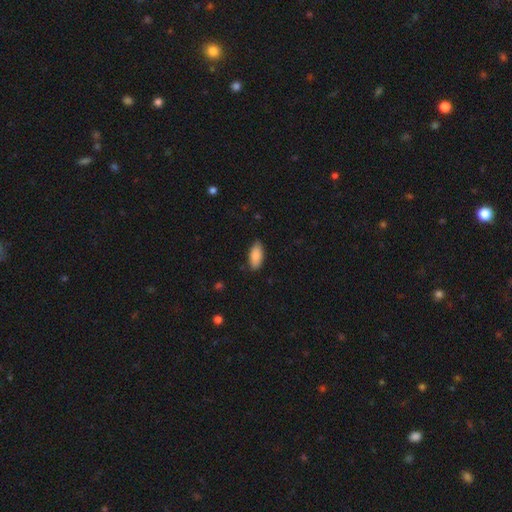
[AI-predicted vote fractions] Smooth or featured?
  - smooth: 87% *
  - featured or disk: 7%
  - star or artifact: 6%
How rounded?
  - in between: 90% *
  - cigar-shaped: 8%
  - round: 2%
Merging?
  - none: 84% *
  - minor disturbance: 13%
  - major disturbance: 2%
  - merger: 1%